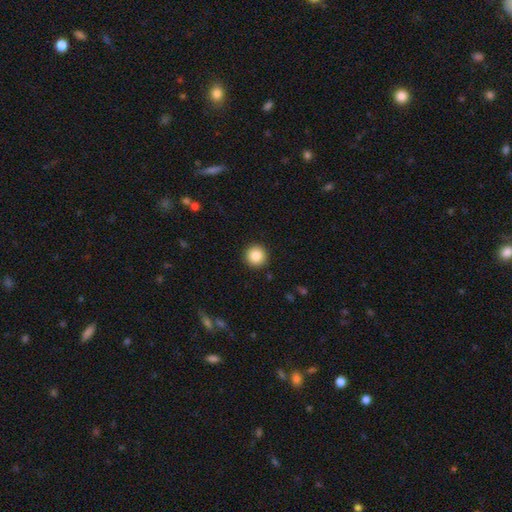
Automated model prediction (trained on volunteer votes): smooth 86%, star or artifact 9%, featured or disk 5%. Down the decision tree: how rounded — round (96%); merging — none (92%).